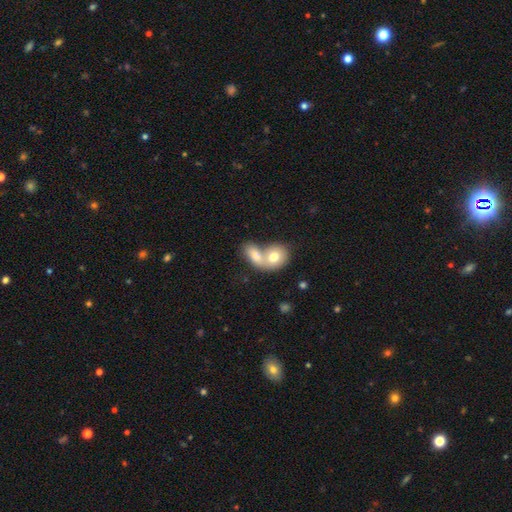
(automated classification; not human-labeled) Morphology: type=smooth (73%); roundness=in between (68%); merging=merger (75%).